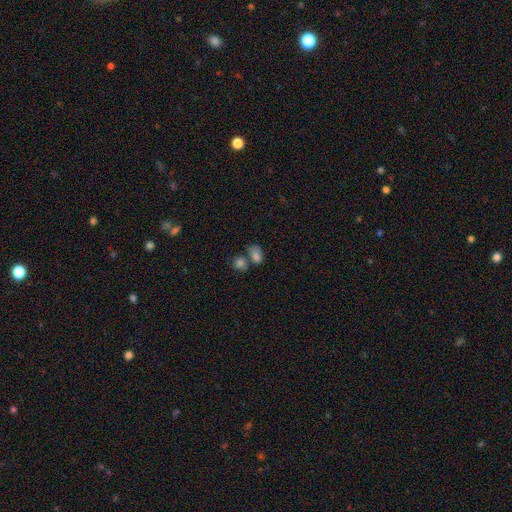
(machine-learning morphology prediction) type=smooth (79%); roundness=in between (72%); merging=merger (44%).